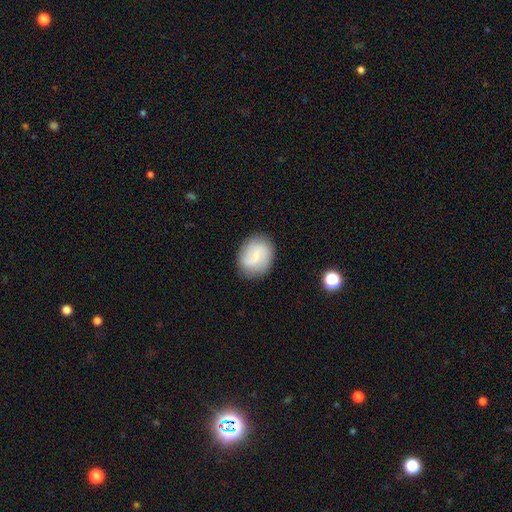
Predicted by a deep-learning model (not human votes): Q: Smooth or featured?
A: featured or disk (49%); runner-up: smooth (43%)
Q: Merging?
A: none (82%); runner-up: minor disturbance (13%)